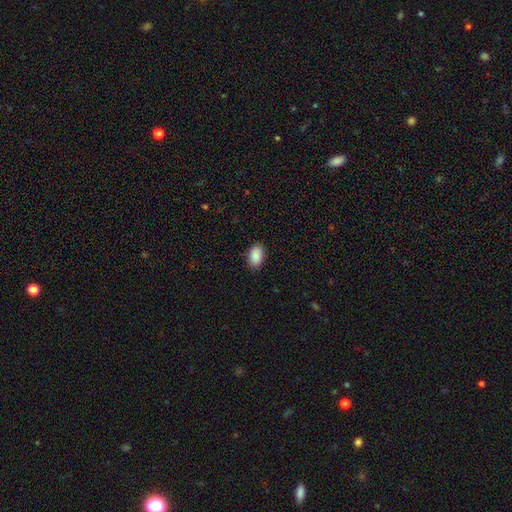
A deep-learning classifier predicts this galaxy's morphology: smooth_or_featured: smooth (p=0.90) [alt: star or artifact p=0.07]
how_rounded: in between (p=0.92) [alt: round p=0.07]
merging: none (p=0.88) [alt: minor disturbance p=0.09]